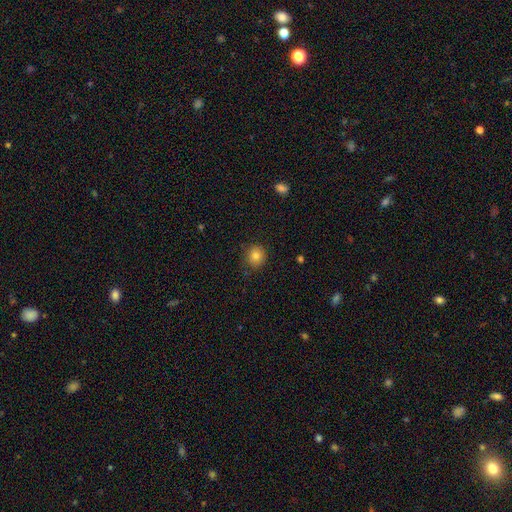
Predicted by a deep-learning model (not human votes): A smooth galaxy with no disk features (81%) that is round (85%).

Vote fractions:
- Smooth or featured? smooth: 81% / star or artifact: 11% / featured or disk: 8%
- How rounded? round: 85% / in between: 14% / cigar-shaped: 1%
- Merging? none: 84% / minor disturbance: 12% / major disturbance: 3% / merger: 1%